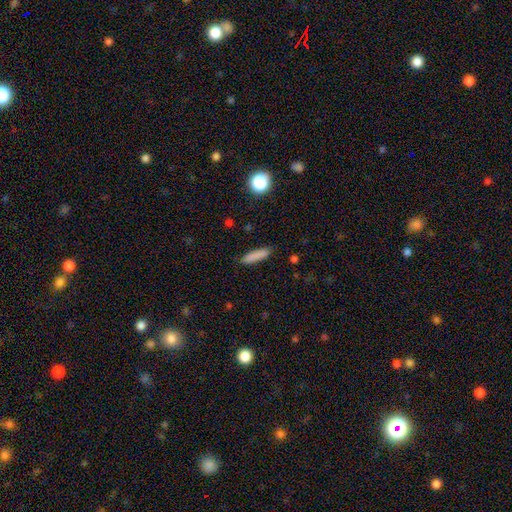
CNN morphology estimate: smooth_or_featured: smooth (p=0.84) [alt: star or artifact p=0.08]
how_rounded: cigar-shaped (p=0.74) [alt: in between p=0.24]
merging: none (p=0.86) [alt: minor disturbance p=0.10]